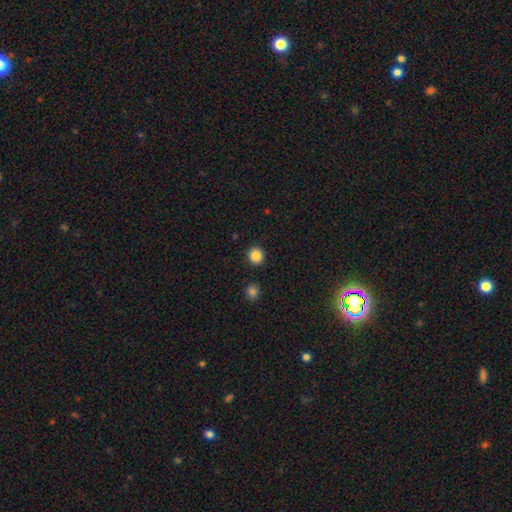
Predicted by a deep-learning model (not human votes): A smooth galaxy with no disk features (86%) that is round (89%). Merging: none (91%).